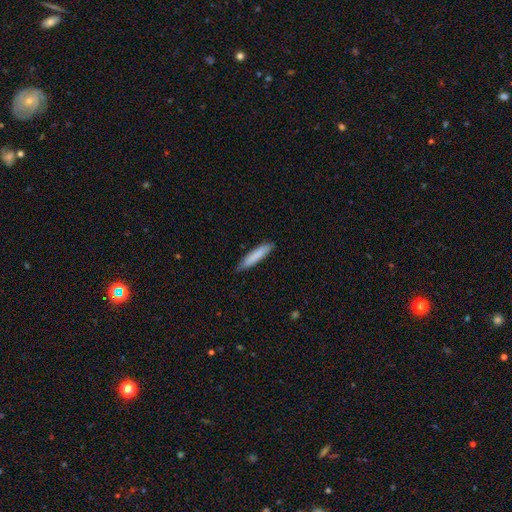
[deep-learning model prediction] Smooth or featured? Predicted: smooth (p=0.83). How rounded? Predicted: cigar-shaped (p=0.88). Merging? Predicted: none (p=0.85).